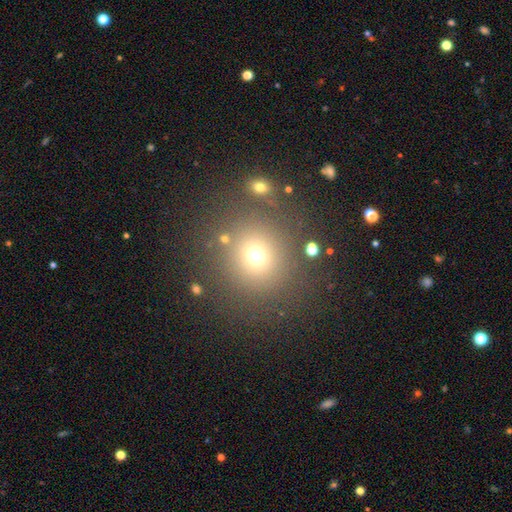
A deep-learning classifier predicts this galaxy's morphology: Smooth or featured? Predicted: smooth (p=0.67). How rounded? Predicted: round (p=0.92). Merging? Predicted: none (p=0.80).